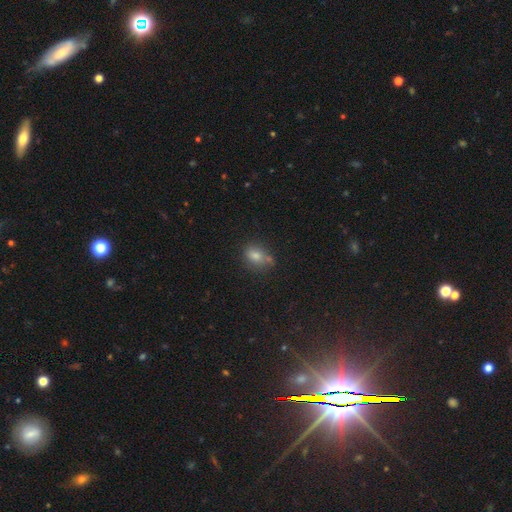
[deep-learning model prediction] The model was most divided on "how rounded": in between: 59%, round: 39%, cigar-shaped: 3%. More confident: smooth or featured — smooth (69%); merging — none (62%).